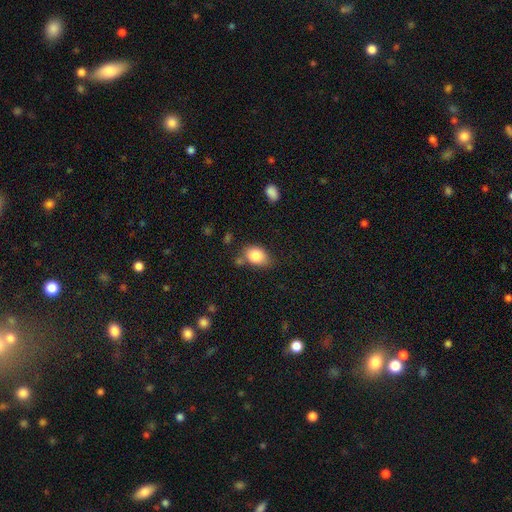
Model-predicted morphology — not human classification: A smooth galaxy with no disk features (84%) that is in between round and cigar-shaped (74%). Merging: none (62%).